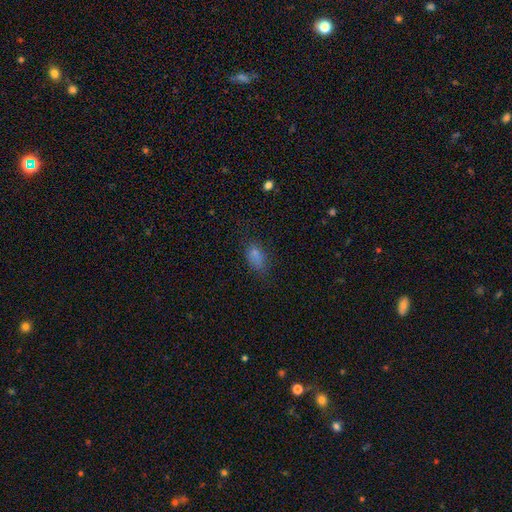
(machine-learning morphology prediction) type=smooth (76%); roundness=in between (87%); merging=none (59%).